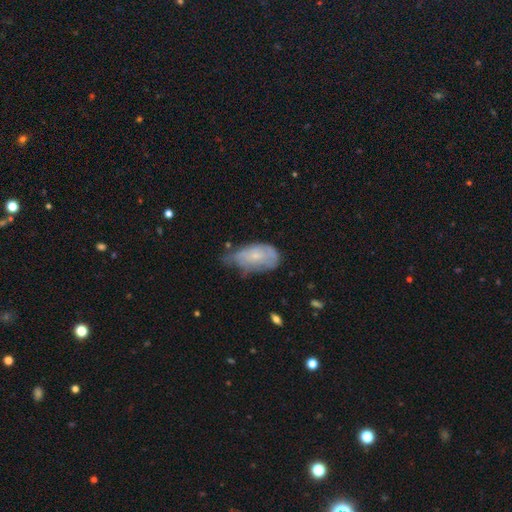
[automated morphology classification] Smooth or featured? Predicted: smooth (p=0.53). How rounded? Predicted: in between (p=0.91). Merging? Predicted: minor disturbance (p=0.46).